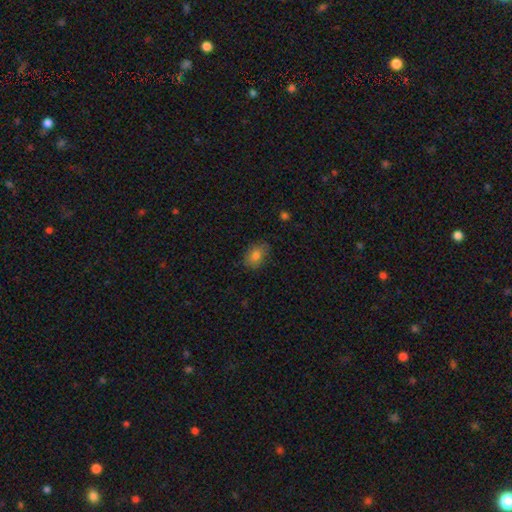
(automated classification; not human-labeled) Q: Smooth or featured?
A: smooth (80%); runner-up: featured or disk (11%)
Q: How rounded?
A: in between (72%); runner-up: round (26%)
Q: Merging?
A: none (80%); runner-up: minor disturbance (15%)